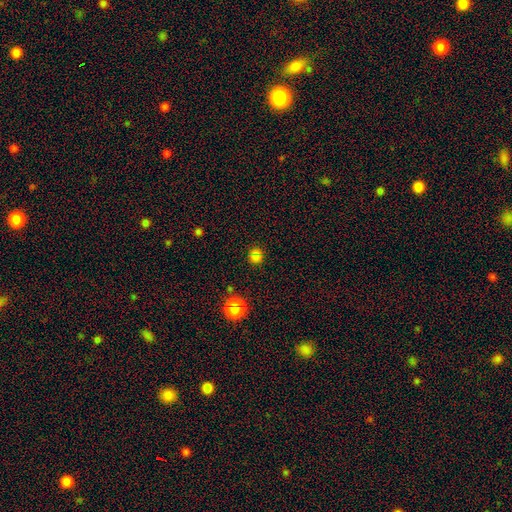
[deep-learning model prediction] smooth_or_featured: smooth (p=0.73) [alt: star or artifact p=0.21]
how_rounded: round (p=0.87) [alt: in between p=0.12]
merging: none (p=0.82) [alt: minor disturbance p=0.10]